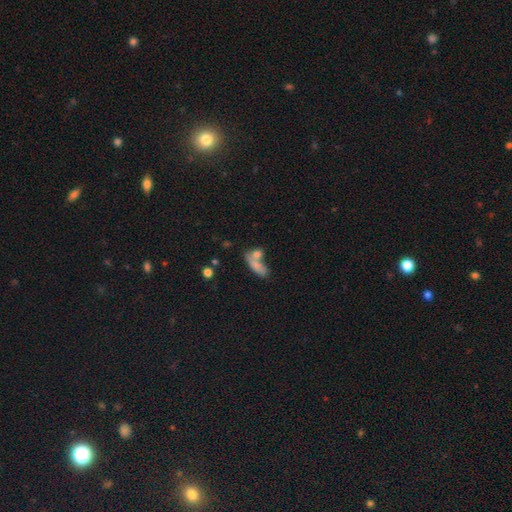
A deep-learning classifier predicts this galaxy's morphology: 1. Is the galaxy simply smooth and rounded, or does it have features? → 73% smooth, 17% featured or disk, 10% star or artifact.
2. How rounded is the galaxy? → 64% in between, 22% cigar-shaped, 14% round.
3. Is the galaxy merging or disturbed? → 47% merger, 34% none, 12% minor disturbance, 8% major disturbance.